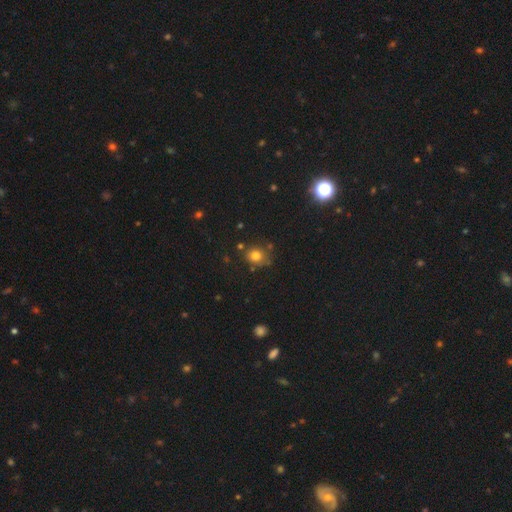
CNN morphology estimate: smooth-or-featured: smooth: 78% | star or artifact: 14% | featured or disk: 8%
  how-rounded: round: 73% | in between: 26% | cigar-shaped: 1%
  merging: none: 68% | minor disturbance: 19% | merger: 7% | major disturbance: 5%